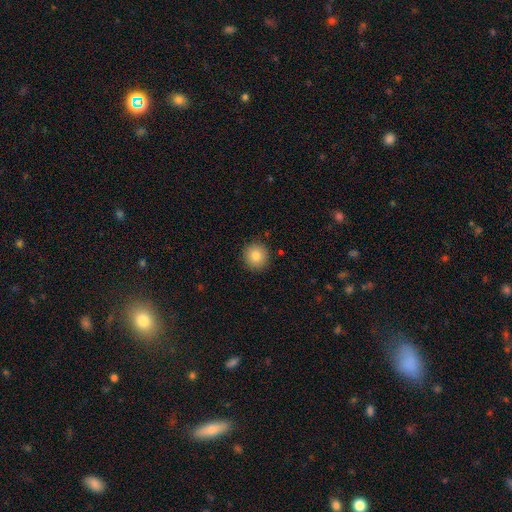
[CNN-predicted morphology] smooth-or-featured: smooth: 84% | star or artifact: 9% | featured or disk: 6%
  how-rounded: round: 93% | in between: 6% | cigar-shaped: 1%
  merging: none: 91% | minor disturbance: 6% | major disturbance: 2% | merger: 1%